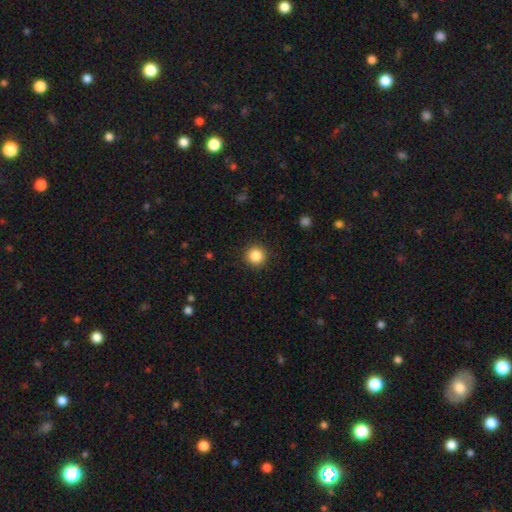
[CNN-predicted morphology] A smooth galaxy with no disk features (86%) that is round (95%). Merging: none (91%).